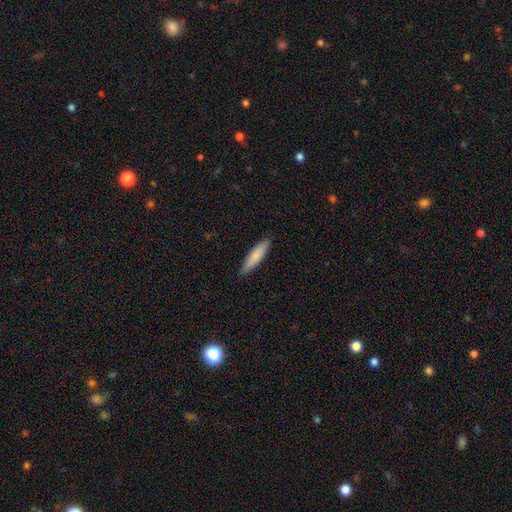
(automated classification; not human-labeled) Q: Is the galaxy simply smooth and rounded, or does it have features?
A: smooth — 83%.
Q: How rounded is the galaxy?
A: cigar-shaped — 76%.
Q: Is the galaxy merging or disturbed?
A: none — 87%.